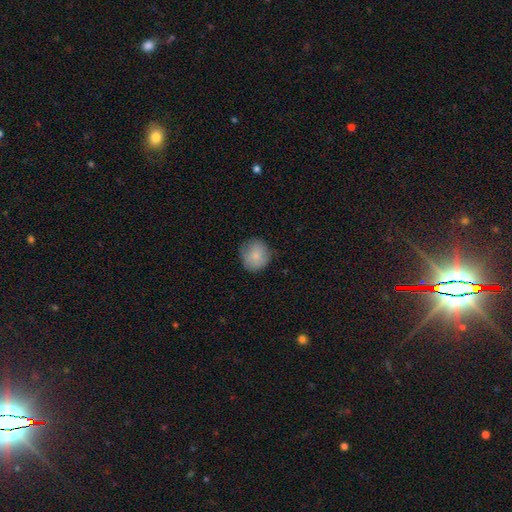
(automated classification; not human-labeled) Smooth or featured? smooth (83%)
How rounded? round (87%)
Merging? none (75%)